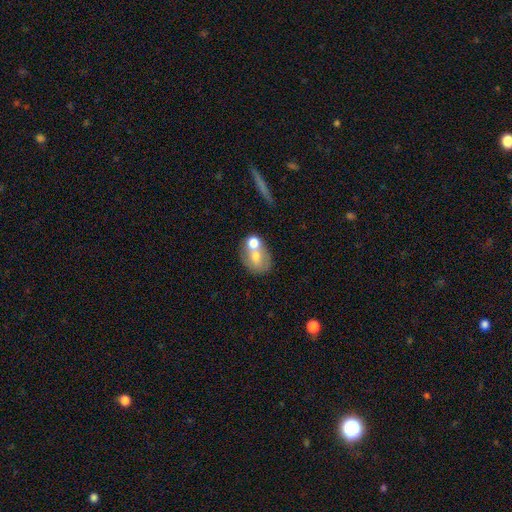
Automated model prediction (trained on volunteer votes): Morphology: type=smooth (64%); roundness=in between (63%); merging=merger (46%).